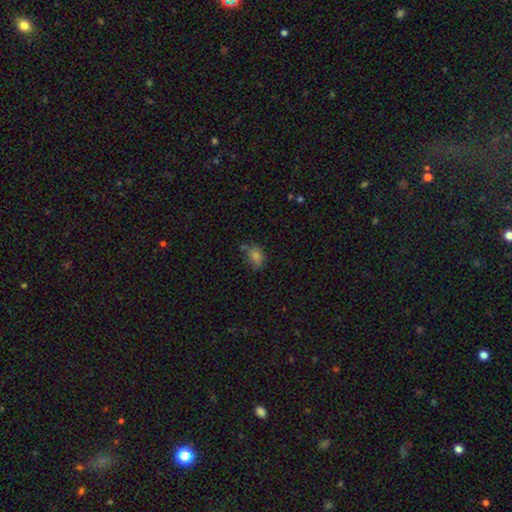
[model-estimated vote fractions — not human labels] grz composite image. It shows a smooth galaxy with no disk features (72%) that is in between round and cigar-shaped (70%). Merging: none (52%).